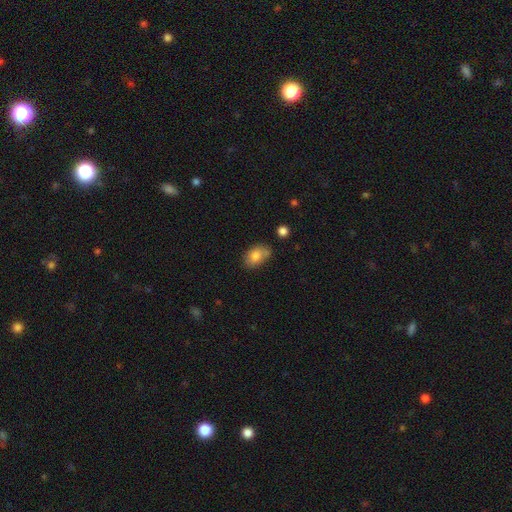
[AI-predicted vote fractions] A smooth galaxy with no disk features (79%) that is in between round and cigar-shaped (85%). Merging: none (62%).